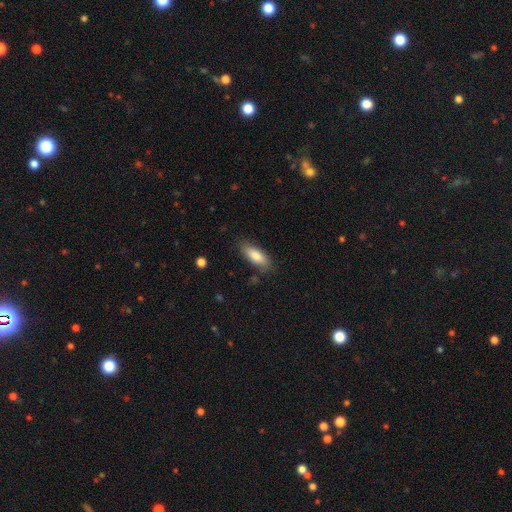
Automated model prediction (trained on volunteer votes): Q: Smooth or featured?
A: smooth (81%); runner-up: featured or disk (12%)
Q: How rounded?
A: in between (72%); runner-up: cigar-shaped (26%)
Q: Merging?
A: none (81%); runner-up: minor disturbance (14%)